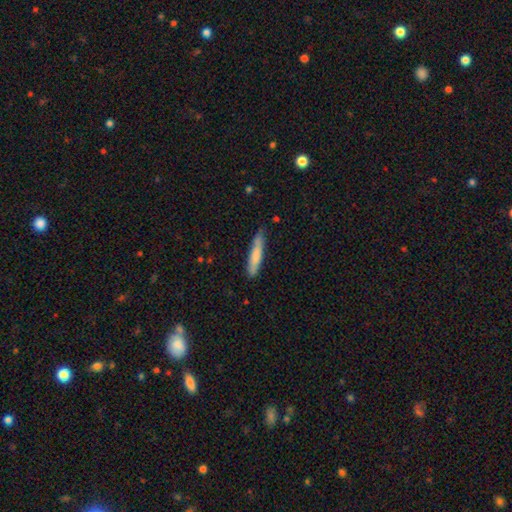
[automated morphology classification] smooth 74%, featured or disk 21%, star or artifact 6%. Down the decision tree: how rounded — cigar-shaped (88%); merging — none (74%).